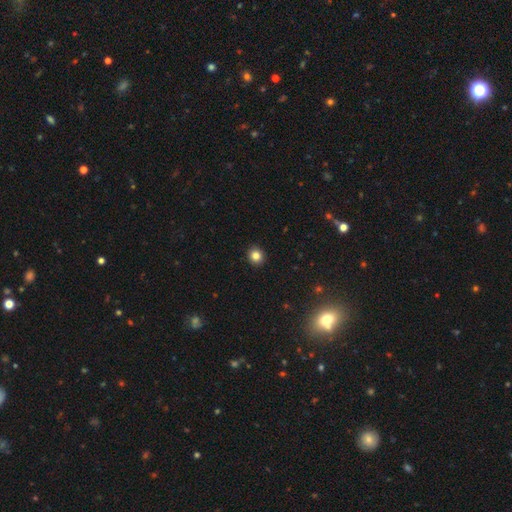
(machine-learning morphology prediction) smooth-or-featured: smooth: 84% | star or artifact: 11% | featured or disk: 5%
  how-rounded: round: 86% | in between: 13% | cigar-shaped: 1%
  merging: none: 92% | minor disturbance: 5% | major disturbance: 2% | merger: 1%